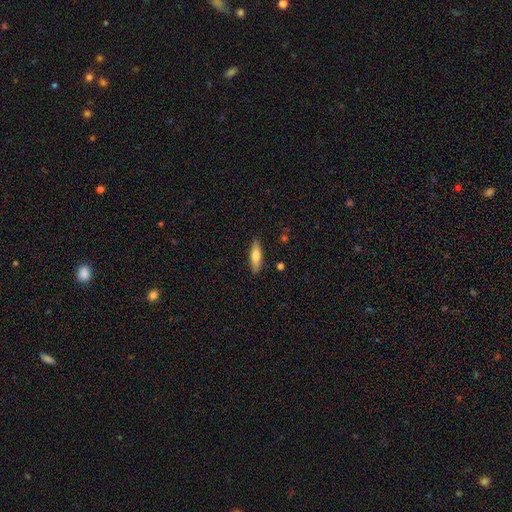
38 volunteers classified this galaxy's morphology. A smooth galaxy with no disk features (68%) that is cigar-shaped (73%).

Vote fractions:
- Smooth or featured? smooth: 68% / featured or disk: 32% / star or artifact: 0%
- How rounded? cigar-shaped: 73% / in between: 23% / round: 4%
- Merging? none: 89% / minor disturbance: 5% / major disturbance: 5% / merger: 0%